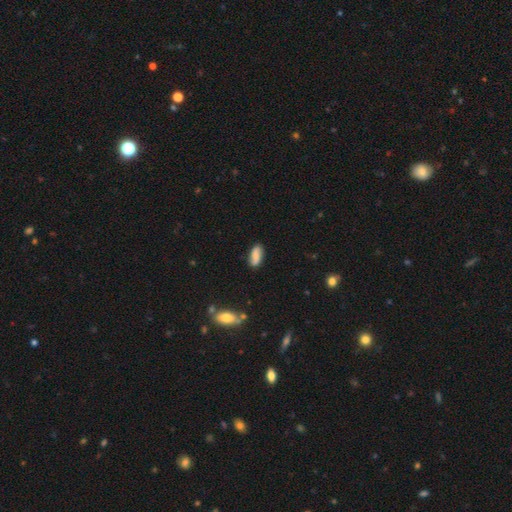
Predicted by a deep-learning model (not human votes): A smooth galaxy with no disk features (78%) that is in between round and cigar-shaped (80%). Merging: none (78%).